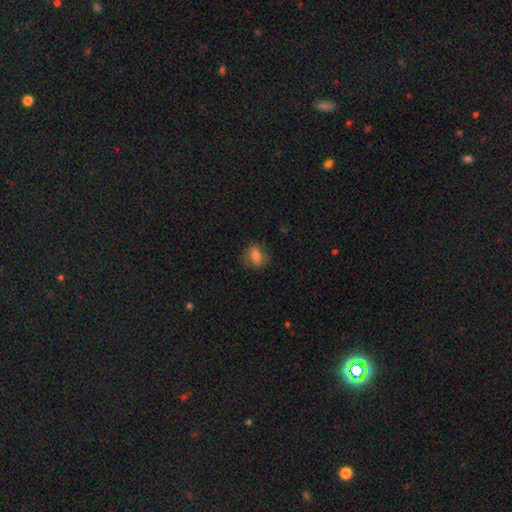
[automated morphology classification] This is likely a smooth galaxy (70%). How rounded: possibly round (52%). Merging: likely none (79%).